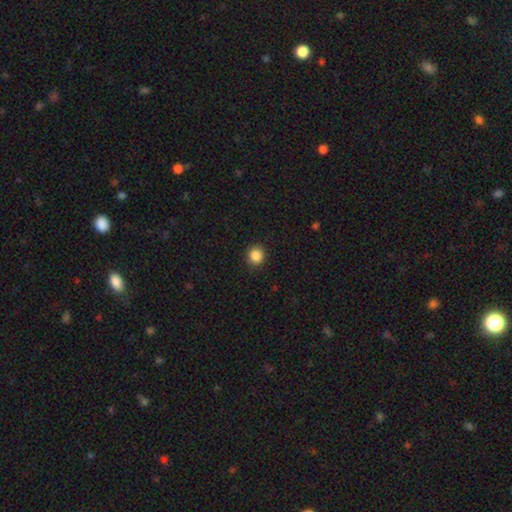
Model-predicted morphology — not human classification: smooth-or-featured: smooth: 87% | star or artifact: 10% | featured or disk: 3%
  how-rounded: round: 88% | in between: 12% | cigar-shaped: 1%
  merging: none: 92% | minor disturbance: 6% | major disturbance: 2% | merger: 1%